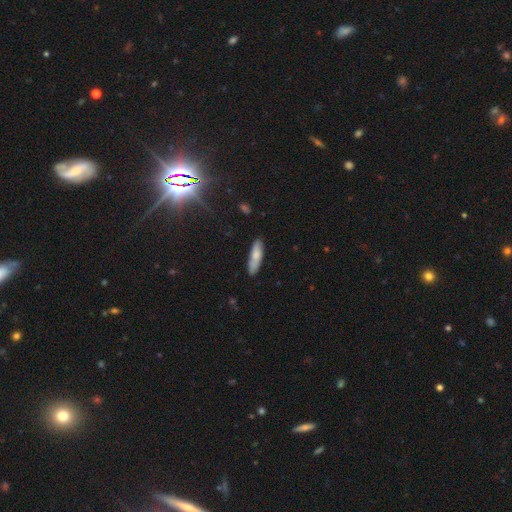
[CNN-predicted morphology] type=smooth (69%); roundness=cigar-shaped (62%); merging=none (79%).